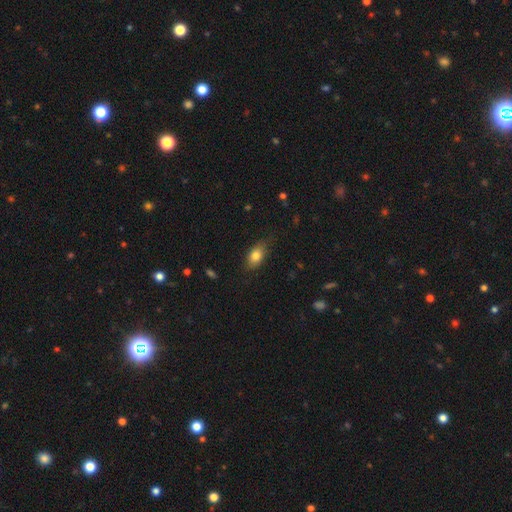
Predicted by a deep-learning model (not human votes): A smooth galaxy with no disk features (81%) that is in between round and cigar-shaped (85%). Merging: none (72%).